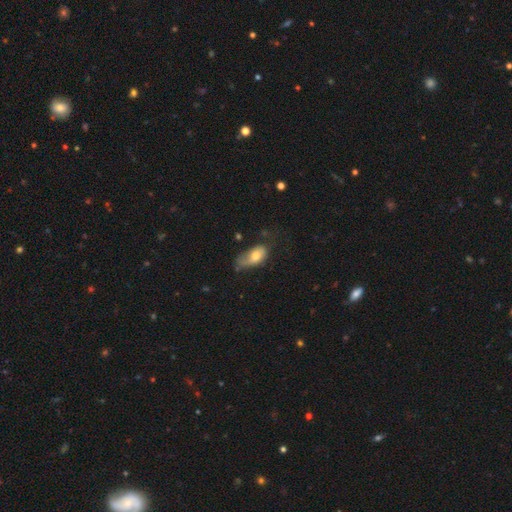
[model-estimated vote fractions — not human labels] Smooth or featured: smooth — 66% (featured or disk — 27%)
How rounded: in between — 89% (round — 5%)
Merging: minor disturbance — 36% (none — 32%)